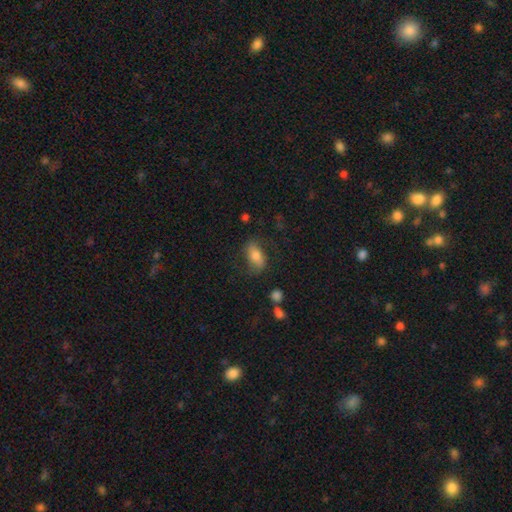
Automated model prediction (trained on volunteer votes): smooth-or-featured: smooth: 61% | featured or disk: 30% | star or artifact: 9%
  how-rounded: in between: 85% | round: 8% | cigar-shaped: 7%
  merging: none: 68% | minor disturbance: 19% | major disturbance: 11% | merger: 2%